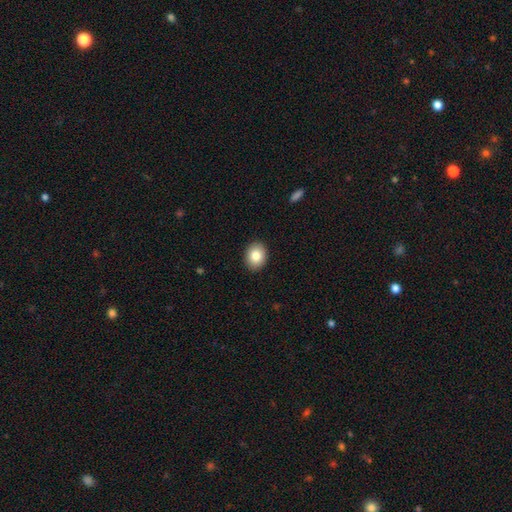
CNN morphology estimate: Overall: smooth (84%). How rounded: in between (52%; round 48%). Merging: none (91%).